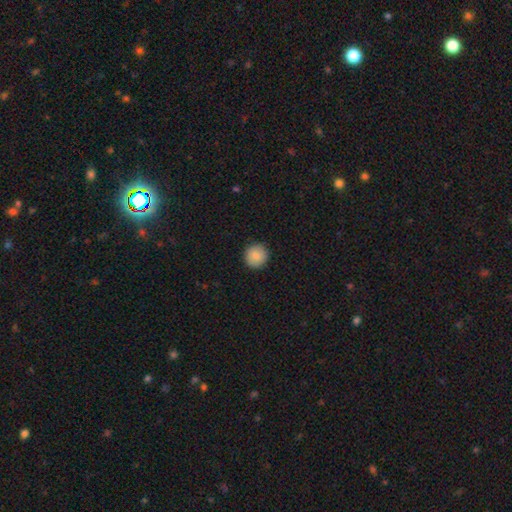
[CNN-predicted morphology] A smooth galaxy with no disk features (87%) that is round (94%).

Vote fractions:
- Smooth or featured? smooth: 87% / star or artifact: 8% / featured or disk: 5%
- How rounded? round: 94% / in between: 5% / cigar-shaped: 1%
- Merging? none: 92% / minor disturbance: 5% / major disturbance: 2% / merger: 1%